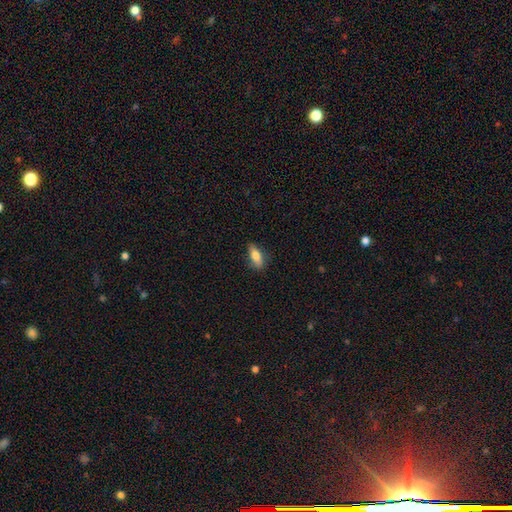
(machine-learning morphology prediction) Smooth or featured? Predicted: smooth (p=0.75). How rounded? Predicted: in between (p=0.70). Merging? Predicted: none (p=0.80).